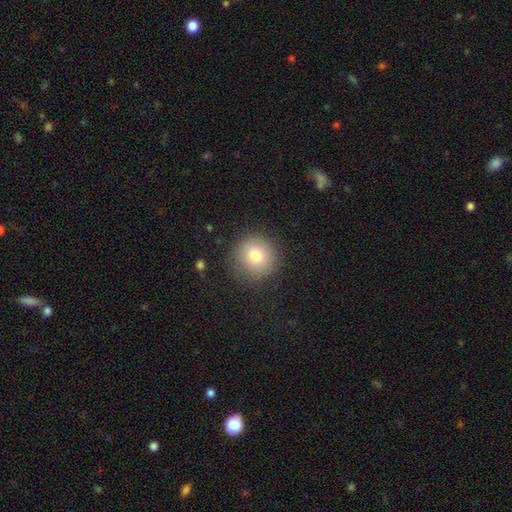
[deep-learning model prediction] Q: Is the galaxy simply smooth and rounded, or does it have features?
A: smooth — 79%.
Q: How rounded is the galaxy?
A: round — 93%.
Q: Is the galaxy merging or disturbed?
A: none — 87%.